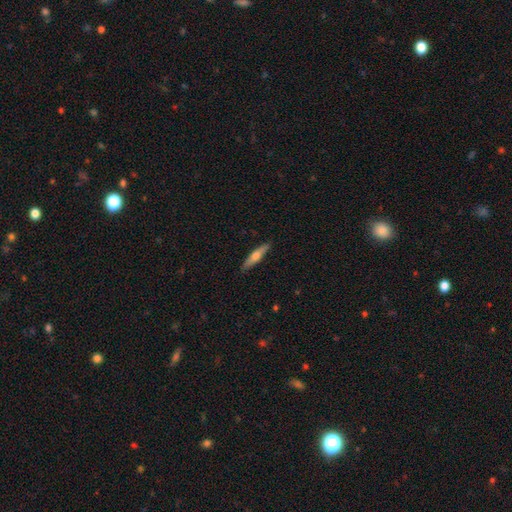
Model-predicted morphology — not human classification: Overall: smooth (47%, tied with featured or disk). Merging: none (89%).